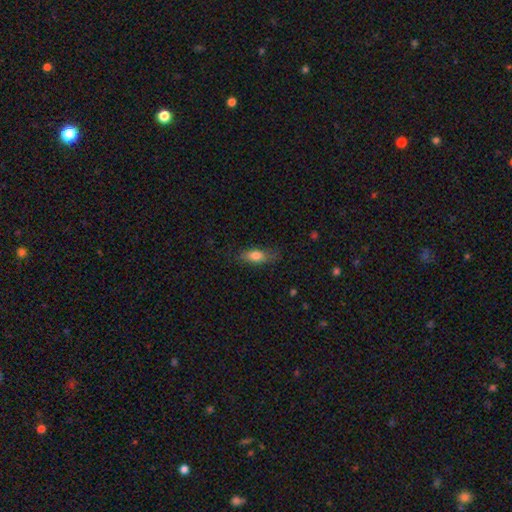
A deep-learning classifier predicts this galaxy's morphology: smooth_or_featured: smooth (p=0.77) [alt: featured or disk p=0.16]
how_rounded: in between (p=0.73) [alt: cigar-shaped p=0.22]
merging: none (p=0.73) [alt: minor disturbance p=0.20]